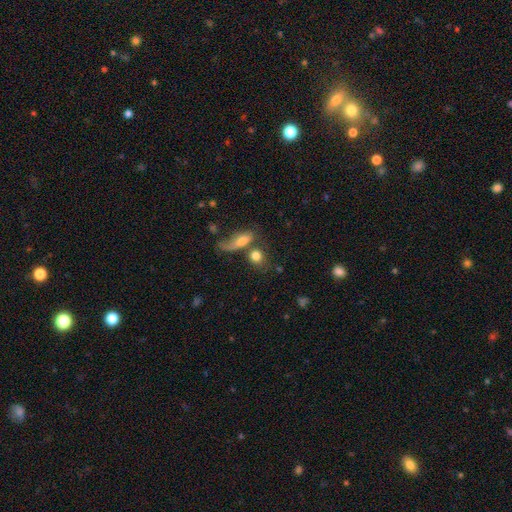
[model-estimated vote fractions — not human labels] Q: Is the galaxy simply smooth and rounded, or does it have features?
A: smooth — 77%.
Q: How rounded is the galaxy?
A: round — 59%.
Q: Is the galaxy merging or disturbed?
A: none — 43%.